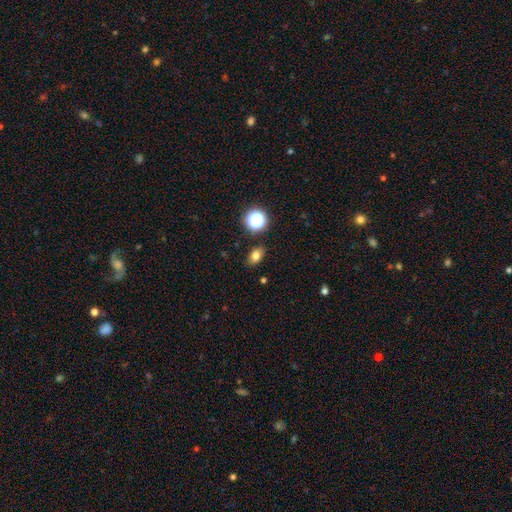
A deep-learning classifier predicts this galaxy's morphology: Overall: smooth (77%). How rounded: in between (77%). Merging: none (86%).